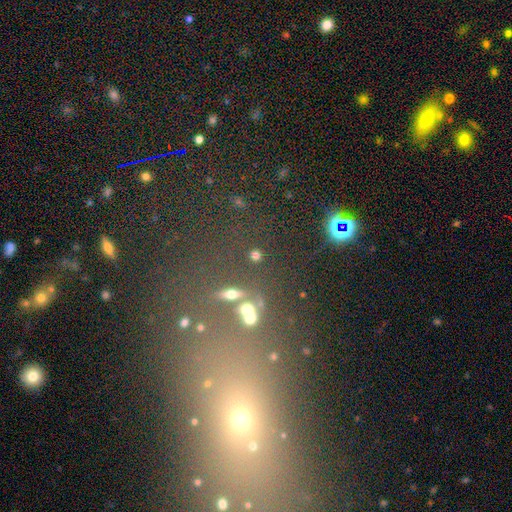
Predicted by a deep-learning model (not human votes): This is possibly a smooth galaxy (52%). How rounded: likely round (73%). Merging: likely none (72%).